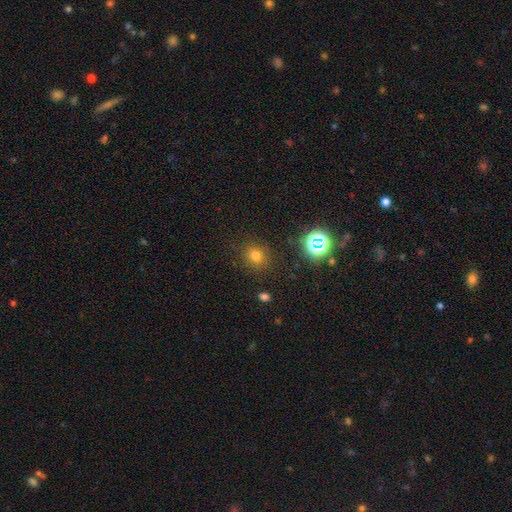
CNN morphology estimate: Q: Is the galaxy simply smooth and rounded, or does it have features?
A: smooth — 72%.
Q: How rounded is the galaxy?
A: round — 83%.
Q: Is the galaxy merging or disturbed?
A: none — 86%.